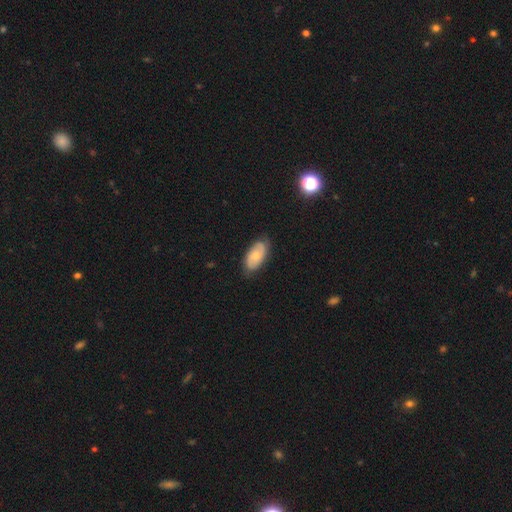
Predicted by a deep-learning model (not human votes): Smooth or featured: smooth — 50% (featured or disk — 44%)
Merging: none — 77% (minor disturbance — 18%)